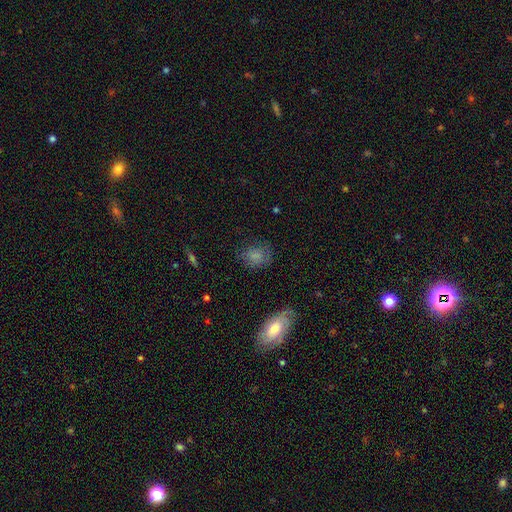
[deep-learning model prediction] Q: Smooth or featured?
A: smooth (72%); runner-up: featured or disk (14%)
Q: How rounded?
A: round (50%); runner-up: in between (48%)
Q: Merging?
A: none (67%); runner-up: minor disturbance (22%)